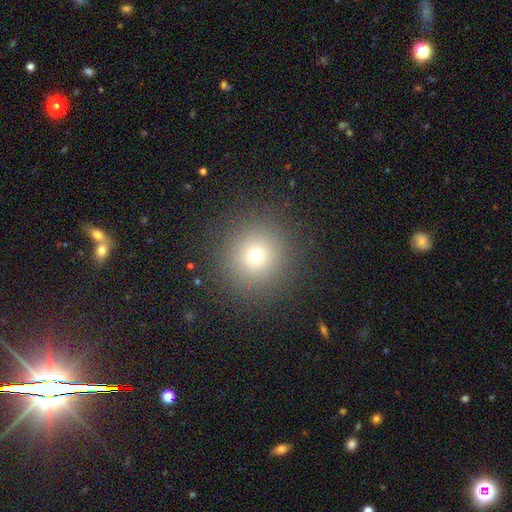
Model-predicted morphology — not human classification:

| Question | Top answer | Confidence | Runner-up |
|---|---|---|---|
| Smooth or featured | smooth | 72% | star or artifact (19%) |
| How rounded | round | 95% | in between (4%) |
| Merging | none | 90% | minor disturbance (6%) |